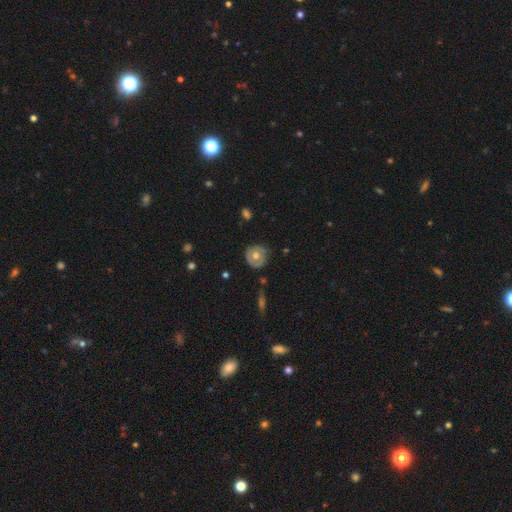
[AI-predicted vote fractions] A smooth galaxy with no disk features (53%) that is round (88%). Merging: none (75%).